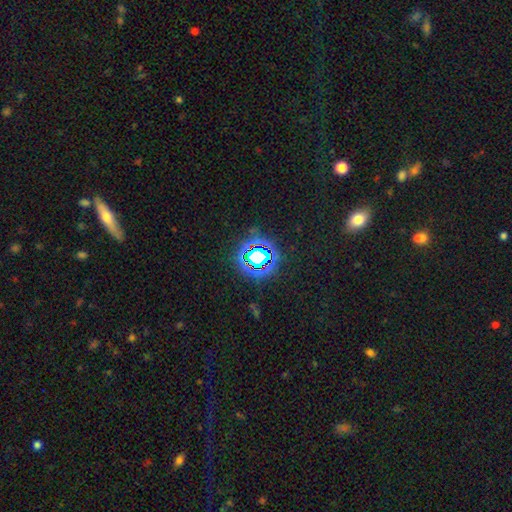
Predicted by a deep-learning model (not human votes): Q: Smooth or featured?
A: star or artifact (71%); runner-up: smooth (18%)